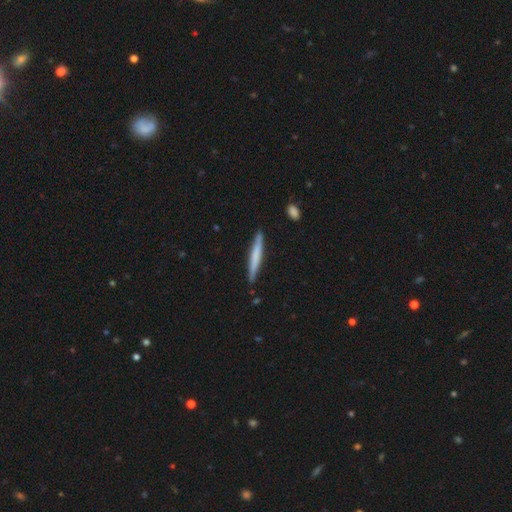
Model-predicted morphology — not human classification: Q: Smooth or featured?
A: smooth (61%); runner-up: featured or disk (33%)
Q: How rounded?
A: cigar-shaped (96%); runner-up: in between (3%)
Q: Merging?
A: none (86%); runner-up: minor disturbance (10%)